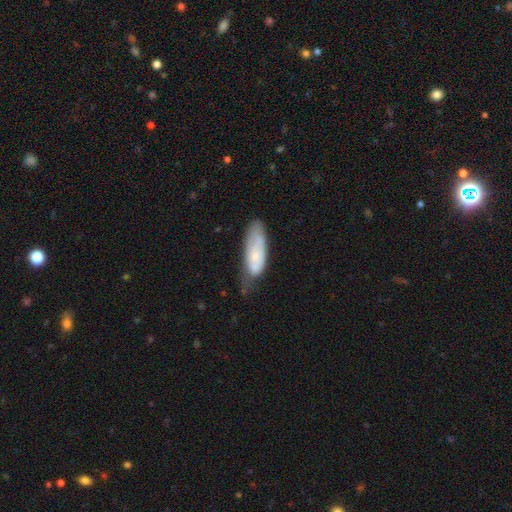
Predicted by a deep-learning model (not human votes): Smooth or featured?
  - smooth: 57% *
  - featured or disk: 36%
  - star or artifact: 7%
How rounded?
  - in between: 60% *
  - cigar-shaped: 38%
  - round: 2%
Merging?
  - none: 43% *
  - minor disturbance: 37%
  - major disturbance: 15%
  - merger: 5%